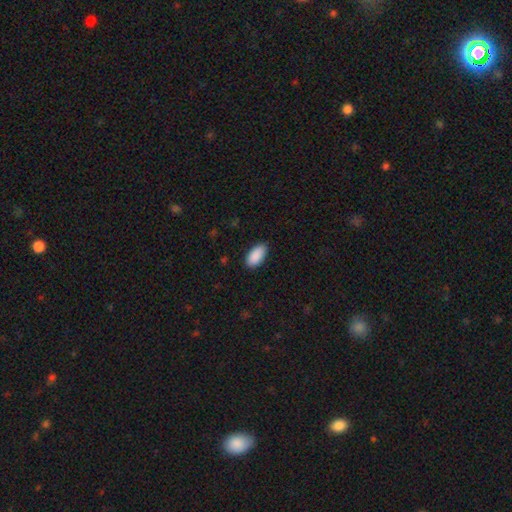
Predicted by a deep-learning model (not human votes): Overall: smooth (91%). How rounded: in between (95%). Merging: none (86%).